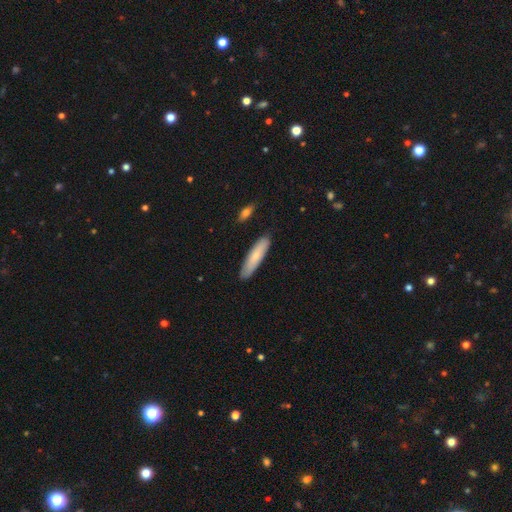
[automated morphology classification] A smooth galaxy with no disk features (73%) that is cigar-shaped (76%). Merging: none (87%).